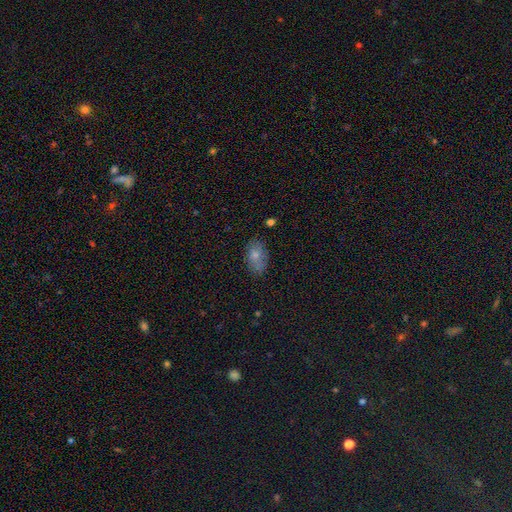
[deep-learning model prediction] A smooth galaxy with no disk features (74%) that is in between round and cigar-shaped (87%).

Vote fractions:
- Smooth or featured? smooth: 74% / featured or disk: 16% / star or artifact: 9%
- How rounded? in between: 87% / round: 11% / cigar-shaped: 2%
- Merging? none: 73% / minor disturbance: 20% / major disturbance: 5% / merger: 2%